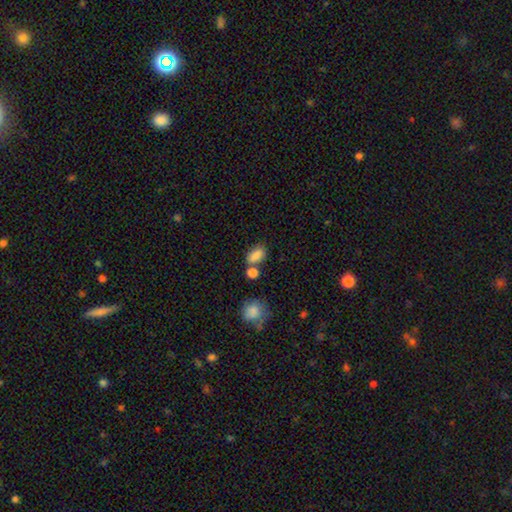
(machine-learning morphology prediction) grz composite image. It shows a smooth galaxy with no disk features (84%) that is in between round and cigar-shaped (88%). Merging: none (57%).